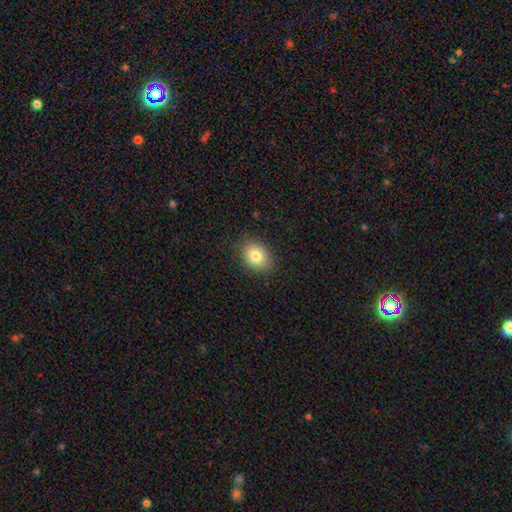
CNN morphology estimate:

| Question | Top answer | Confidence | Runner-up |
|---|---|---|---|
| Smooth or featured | smooth | 81% | star or artifact (10%) |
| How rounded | in between | 57% | round (42%) |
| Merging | none | 86% | minor disturbance (10%) |